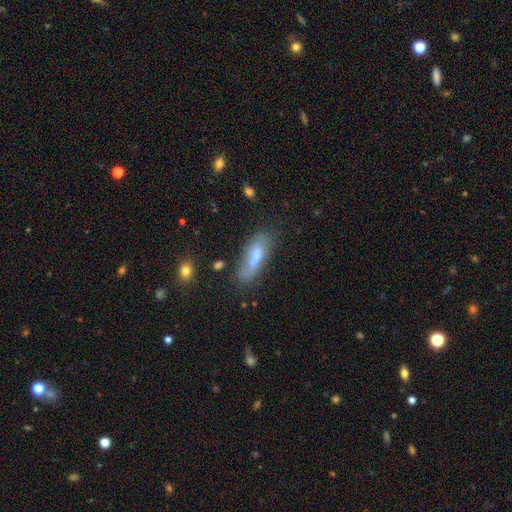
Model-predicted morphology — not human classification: smooth-or-featured: smooth: 61% | featured or disk: 29% | star or artifact: 9%
  how-rounded: in between: 63% | cigar-shaped: 35% | round: 3%
  merging: none: 54% | minor disturbance: 24% | merger: 11% | major disturbance: 11%